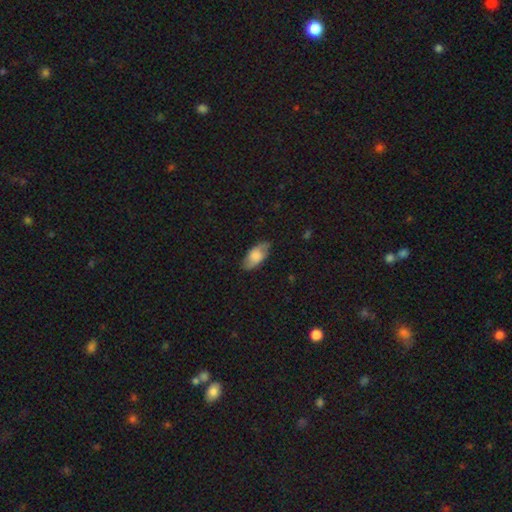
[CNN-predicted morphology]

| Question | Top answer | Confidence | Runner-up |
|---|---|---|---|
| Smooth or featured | smooth | 69% | featured or disk (25%) |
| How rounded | in between | 90% | cigar-shaped (7%) |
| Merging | none | 78% | minor disturbance (17%) |